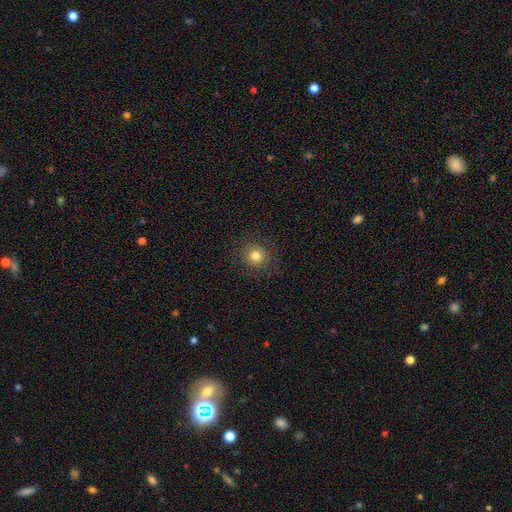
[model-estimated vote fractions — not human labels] A smooth galaxy with no disk features (79%) that is round (91%).

Vote fractions:
- Smooth or featured? smooth: 79% / star or artifact: 13% / featured or disk: 8%
- How rounded? round: 91% / in between: 8% / cigar-shaped: 1%
- Merging? none: 87% / minor disturbance: 8% / major disturbance: 4% / merger: 1%